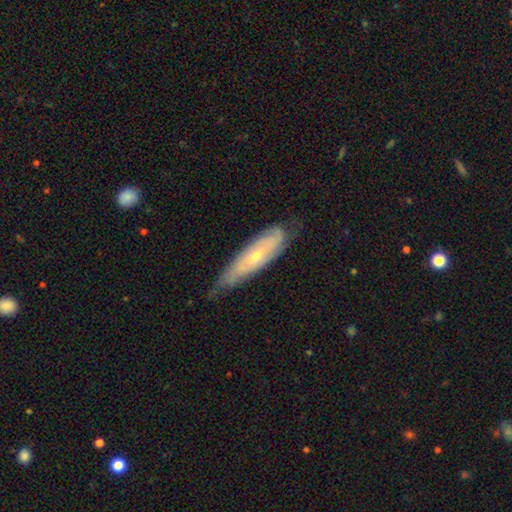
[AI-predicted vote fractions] A featured or disk galaxy (67%).

Vote fractions:
- Smooth or featured? featured or disk: 67% / smooth: 27% / star or artifact: 6%
- Edge-on disk? no: 70% / yes: 30%
- Merging? none: 59% / minor disturbance: 31% / major disturbance: 8% / merger: 2%